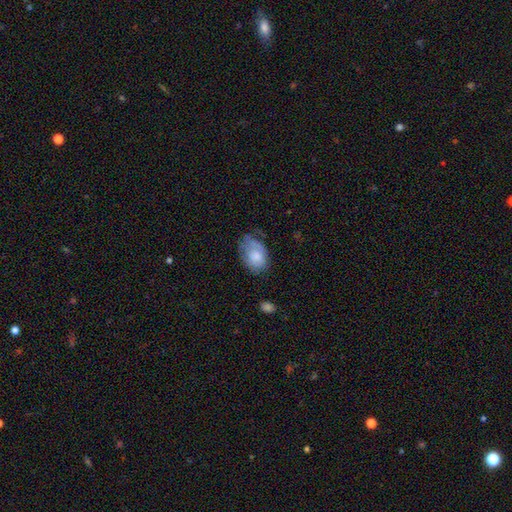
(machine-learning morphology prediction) smooth_or_featured: smooth (p=0.69) [alt: featured or disk p=0.24]
how_rounded: in between (p=0.83) [alt: round p=0.16]
merging: none (p=0.46) [alt: minor disturbance p=0.35]